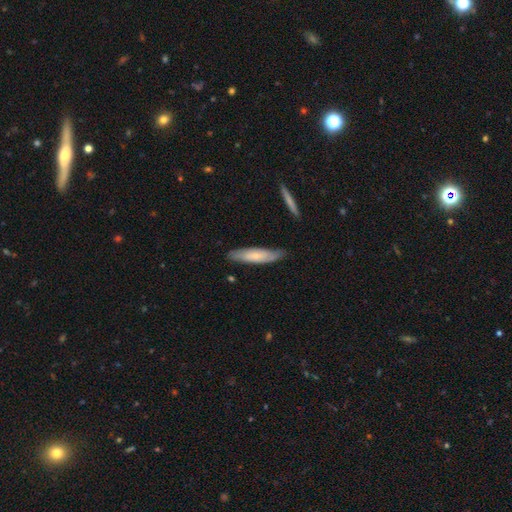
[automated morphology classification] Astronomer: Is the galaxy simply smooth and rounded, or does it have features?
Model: smooth — 57% (runner-up: featured or disk, 37%).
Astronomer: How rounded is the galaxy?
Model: cigar-shaped — 74%.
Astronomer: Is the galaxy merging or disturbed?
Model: none — 79%.